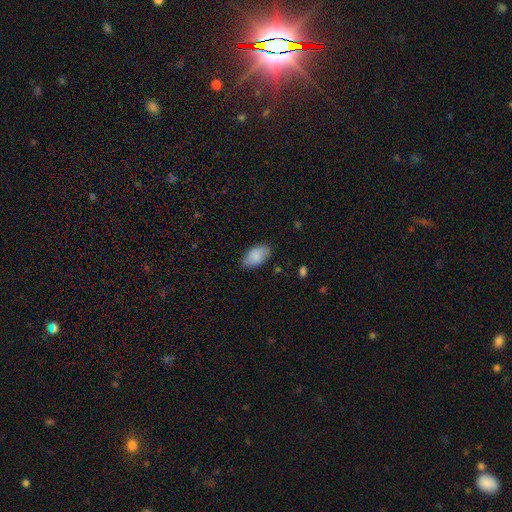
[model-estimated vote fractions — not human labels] Q: Smooth or featured?
A: smooth (85%); runner-up: featured or disk (9%)
Q: How rounded?
A: in between (94%); runner-up: round (3%)
Q: Merging?
A: none (81%); runner-up: minor disturbance (15%)